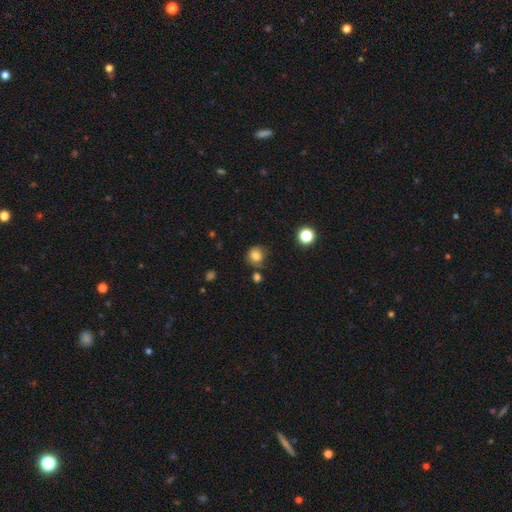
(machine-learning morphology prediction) The model was most divided on "merging": none: 73%, minor disturbance: 16%, merger: 7%, major disturbance: 4%. More confident: how rounded — round (88%); smooth or featured — smooth (81%).